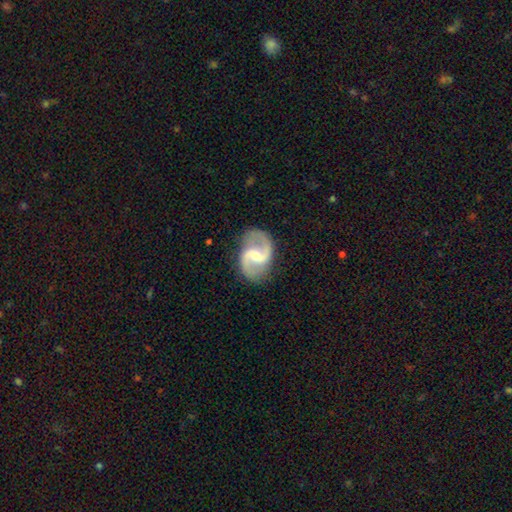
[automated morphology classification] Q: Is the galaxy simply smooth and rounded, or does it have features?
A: featured or disk — 90%.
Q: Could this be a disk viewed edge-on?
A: no — 98%.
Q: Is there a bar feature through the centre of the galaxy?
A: weak — 55%.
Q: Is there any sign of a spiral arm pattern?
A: yes — 97%.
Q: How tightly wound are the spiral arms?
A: medium — 51%.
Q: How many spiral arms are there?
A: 2 — 94%.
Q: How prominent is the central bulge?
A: moderate — 47%.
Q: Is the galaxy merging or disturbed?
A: none — 84%.